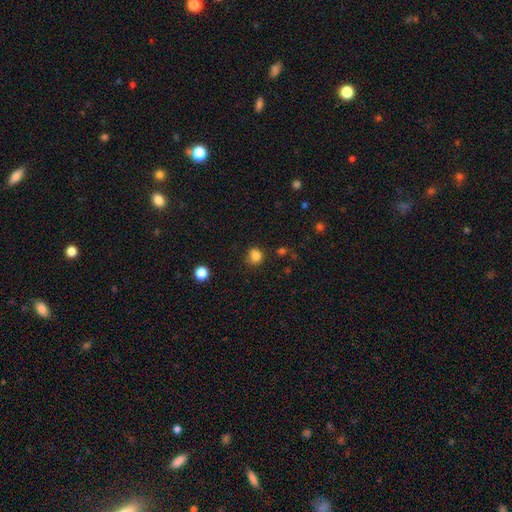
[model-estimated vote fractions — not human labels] The model was most divided on "merging": none: 64%, minor disturbance: 23%, major disturbance: 7%, merger: 6%. More confident: smooth or featured — smooth (82%); how rounded — round (72%).